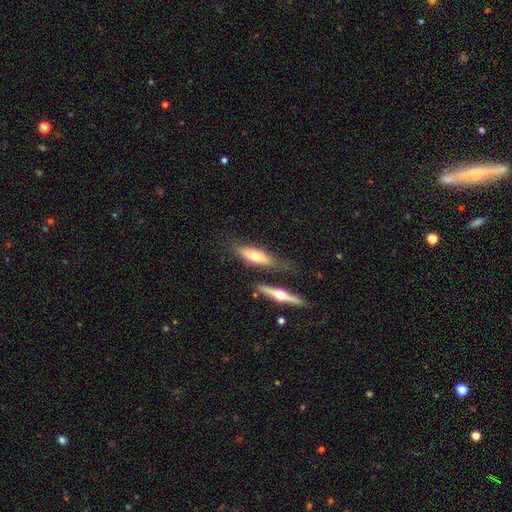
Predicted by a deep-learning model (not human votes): smooth_or_featured: smooth (p=0.54) [alt: featured or disk p=0.40]
how_rounded: cigar-shaped (p=0.51) [alt: in between p=0.46]
merging: none (p=0.62) [alt: merger p=0.16]